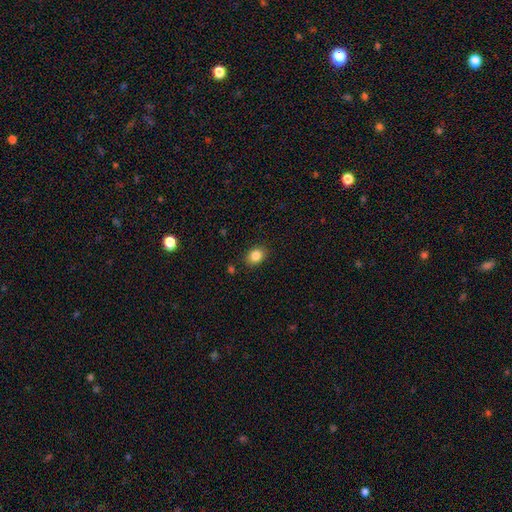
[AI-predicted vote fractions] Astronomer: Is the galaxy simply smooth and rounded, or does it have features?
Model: smooth — 85%.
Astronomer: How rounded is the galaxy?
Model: in between — 51% (runner-up: round, 49%).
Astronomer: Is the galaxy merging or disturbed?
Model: none — 87%.